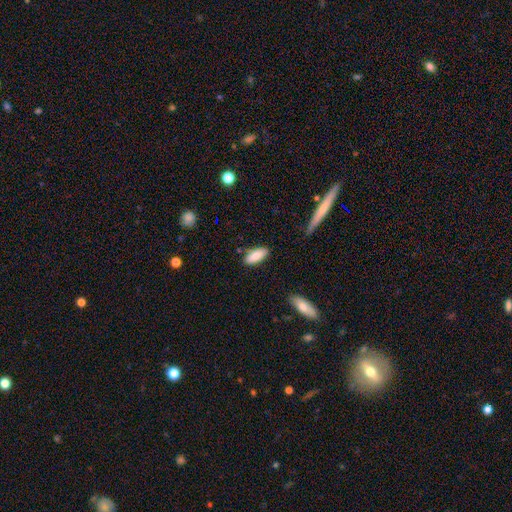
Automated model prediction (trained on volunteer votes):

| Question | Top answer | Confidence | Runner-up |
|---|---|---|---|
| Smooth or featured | smooth | 86% | featured or disk (8%) |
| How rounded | in between | 81% | cigar-shaped (17%) |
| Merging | none | 81% | minor disturbance (14%) |